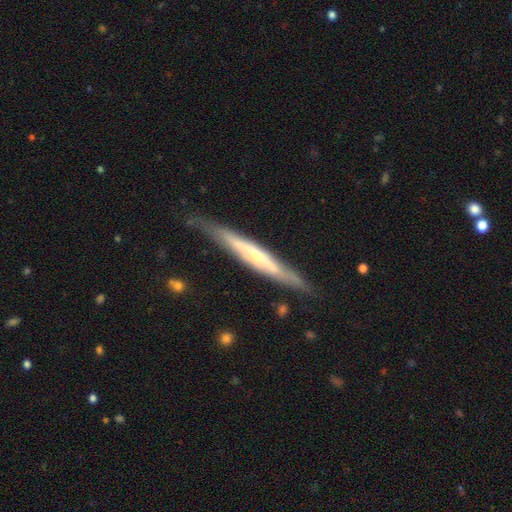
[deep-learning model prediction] Overall: featured or disk (69%). Edge-on disk: yes (90%). Edge-on bulge: rounded (60%; none 30%). Merging: none (80%).